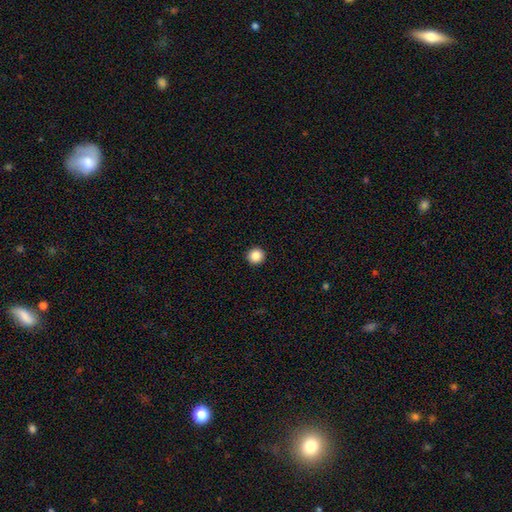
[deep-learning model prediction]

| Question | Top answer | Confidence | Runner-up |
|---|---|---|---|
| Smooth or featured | smooth | 87% | star or artifact (9%) |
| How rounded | round | 95% | in between (4%) |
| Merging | none | 94% | minor disturbance (4%) |